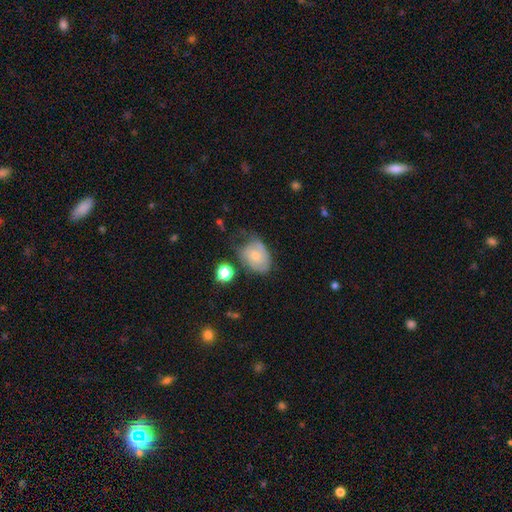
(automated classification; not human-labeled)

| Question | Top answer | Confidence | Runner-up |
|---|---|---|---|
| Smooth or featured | featured or disk | 53% | smooth (38%) |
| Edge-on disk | no | 96% | yes (4%) |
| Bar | no | 73% | weak (24%) |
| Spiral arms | yes | 79% | no (21%) |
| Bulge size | small | 58% | moderate (34%) |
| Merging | none | 46% | minor disturbance (32%) |